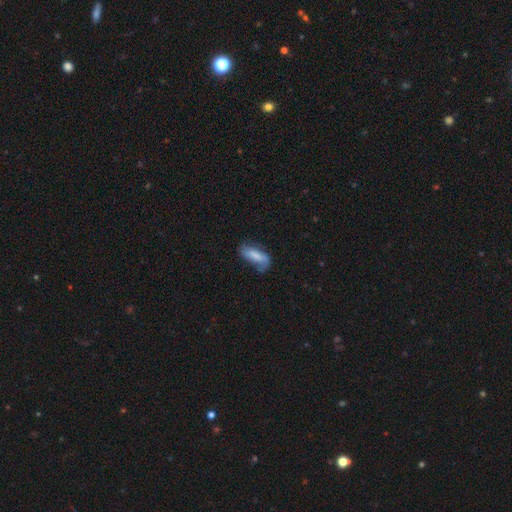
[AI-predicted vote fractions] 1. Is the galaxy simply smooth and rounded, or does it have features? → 66% smooth, 26% featured or disk, 7% star or artifact.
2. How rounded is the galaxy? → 66% in between, 32% cigar-shaped, 3% round.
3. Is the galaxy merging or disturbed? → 49% none, 32% minor disturbance, 16% major disturbance, 3% merger.